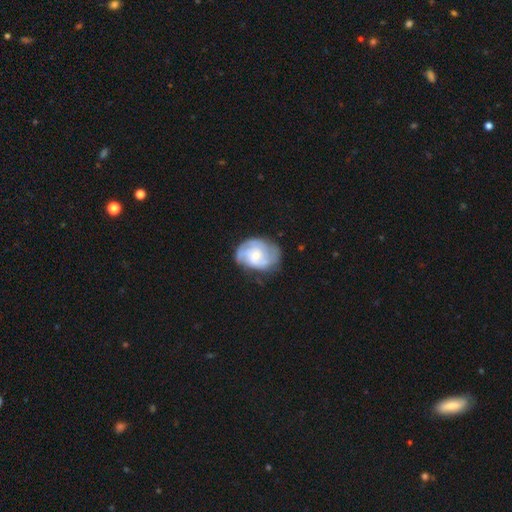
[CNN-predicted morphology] smooth-or-featured: featured or disk: 78% | smooth: 16% | star or artifact: 5%
  disk-edge-on: no: 98% | yes: 2%
    bar: no: 71% | weak: 25% | strong: 4%
    has-spiral-arms: yes: 92% | no: 8%
      spiral-winding: tight: 54% | medium: 36% | loose: 10%
      spiral-arm-count: 2: 32% | can't tell: 27% | 3: 26% | 4: 6% | 1: 5% | more than 4: 4%
    bulge-size: small: 54% | moderate: 42% | large: 2% | none: 1% | dominant: 1%
  merging: none: 64% | minor disturbance: 24% | major disturbance: 10% | merger: 2%